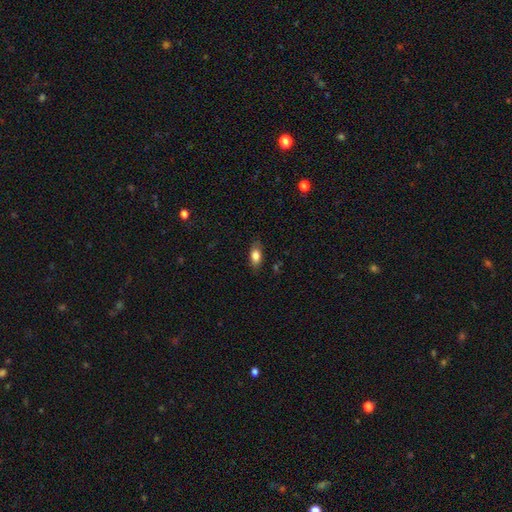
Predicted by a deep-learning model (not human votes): The model was most divided on "merging": none: 81%, minor disturbance: 15%, major disturbance: 3%, merger: 1%. More confident: how rounded — in between (84%); smooth or featured — smooth (80%).